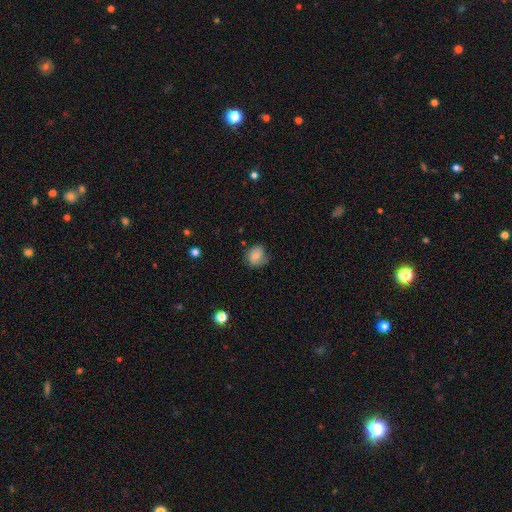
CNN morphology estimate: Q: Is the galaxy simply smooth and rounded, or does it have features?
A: smooth — 72%.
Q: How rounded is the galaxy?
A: round — 62%.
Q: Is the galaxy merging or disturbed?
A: none — 61%.